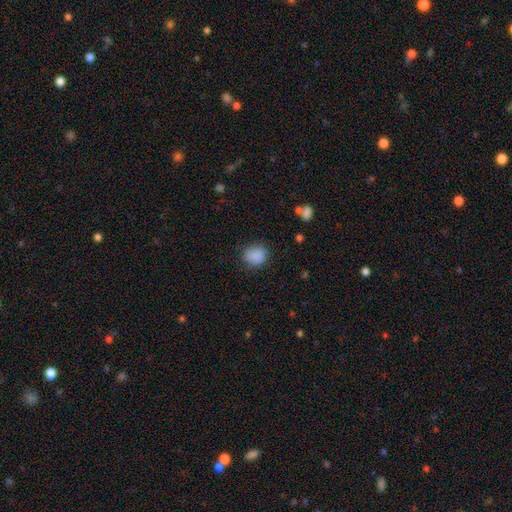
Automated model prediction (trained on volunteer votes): smooth 87%, star or artifact 9%, featured or disk 4%. Down the decision tree: how rounded — round (66%); merging — none (79%).